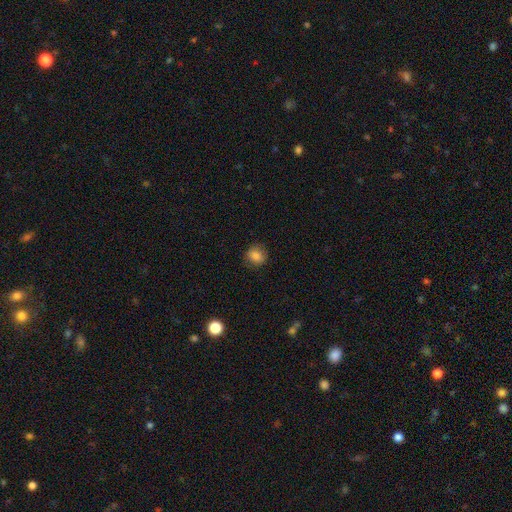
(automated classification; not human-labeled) A smooth galaxy with no disk features (83%) that is round (82%).

Vote fractions:
- Smooth or featured? smooth: 83% / star or artifact: 10% / featured or disk: 7%
- How rounded? round: 82% / in between: 17% / cigar-shaped: 1%
- Merging? none: 86% / minor disturbance: 11% / major disturbance: 3% / merger: 1%